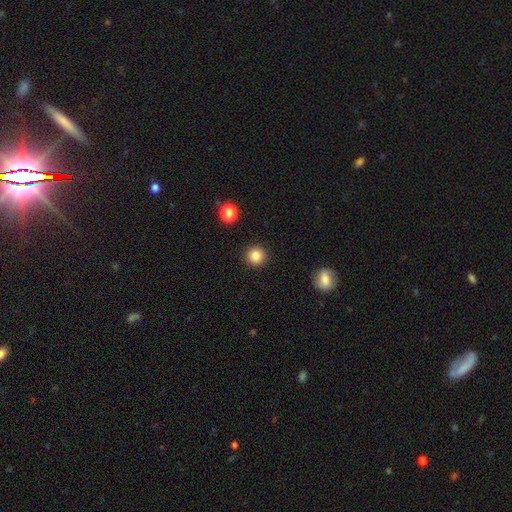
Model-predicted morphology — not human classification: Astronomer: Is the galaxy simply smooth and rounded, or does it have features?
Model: smooth — 84%.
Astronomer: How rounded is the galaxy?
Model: round — 94%.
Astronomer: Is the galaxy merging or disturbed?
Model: none — 92%.